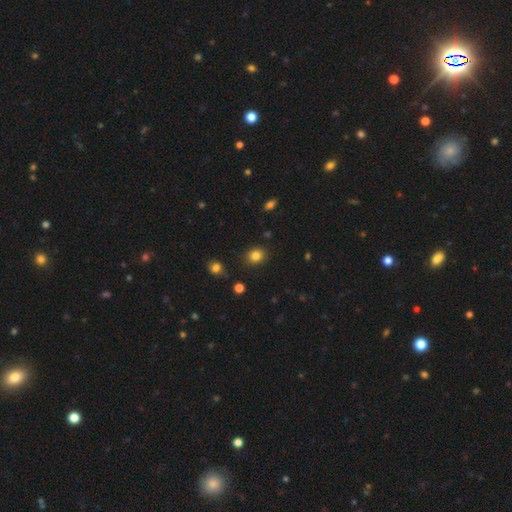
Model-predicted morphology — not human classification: Q: Smooth or featured?
A: smooth (83%); runner-up: star or artifact (12%)
Q: How rounded?
A: round (64%); runner-up: in between (35%)
Q: Merging?
A: none (87%); runner-up: minor disturbance (9%)